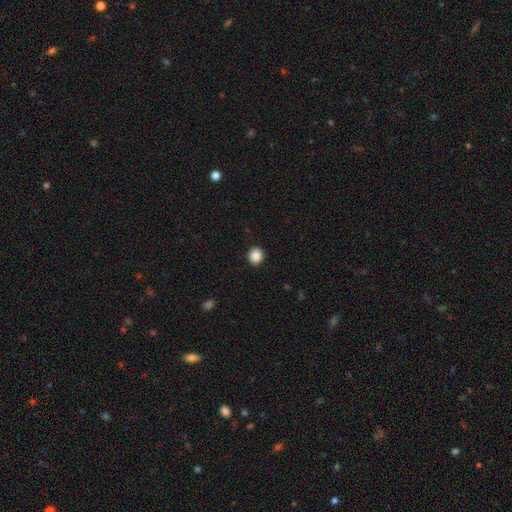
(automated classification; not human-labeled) Overall: smooth (88%). How rounded: round (84%). Merging: none (92%).